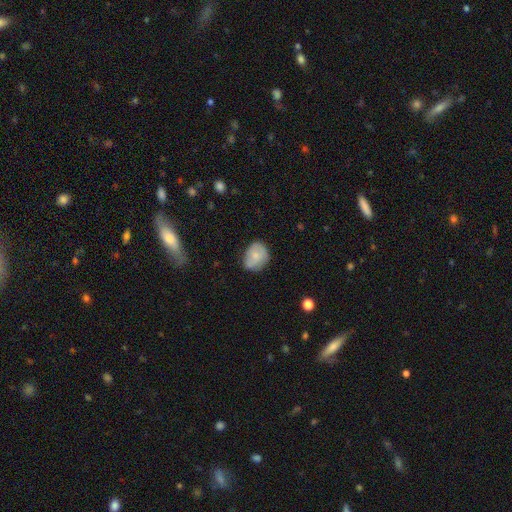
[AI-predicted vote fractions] A smooth galaxy with no disk features (72%) that is in between round and cigar-shaped (52%).

Vote fractions:
- Smooth or featured? smooth: 72% / featured or disk: 20% / star or artifact: 7%
- How rounded? in between: 52% / round: 47% / cigar-shaped: 1%
- Merging? none: 63% / minor disturbance: 29% / major disturbance: 6% / merger: 2%